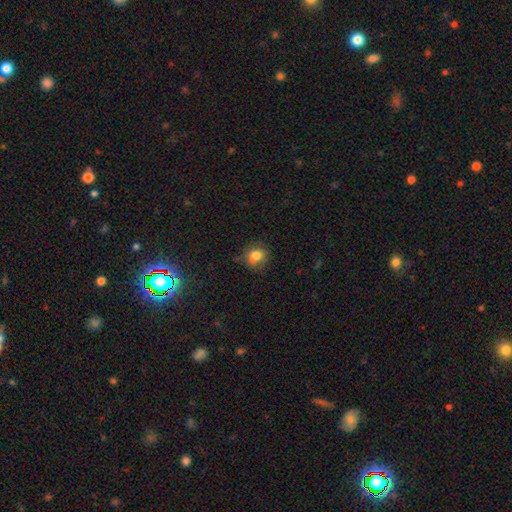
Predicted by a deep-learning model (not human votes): The model was most divided on "how rounded": round: 71%, in between: 28%, cigar-shaped: 1%. More confident: smooth or featured — smooth (81%); merging — none (74%).